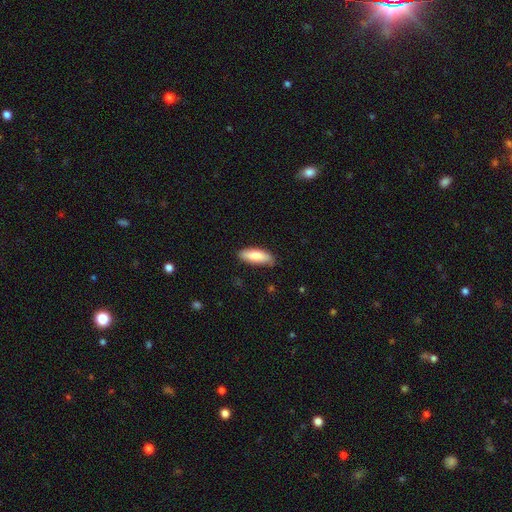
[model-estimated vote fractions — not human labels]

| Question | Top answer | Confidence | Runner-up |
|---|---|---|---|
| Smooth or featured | smooth | 84% | featured or disk (11%) |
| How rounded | in between | 64% | cigar-shaped (34%) |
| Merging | none | 79% | minor disturbance (17%) |